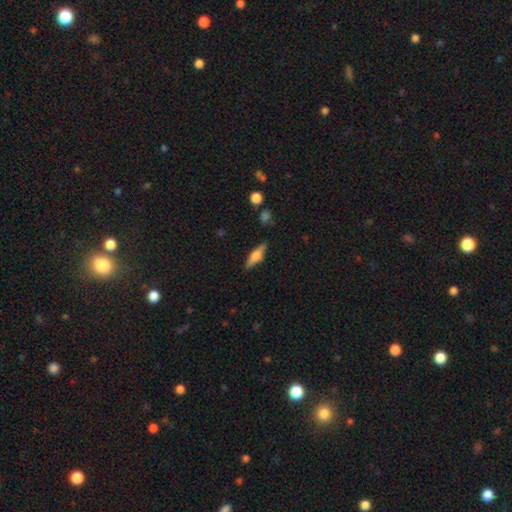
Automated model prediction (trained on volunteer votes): Smooth or featured? featured or disk (47%)
Merging? none (82%)